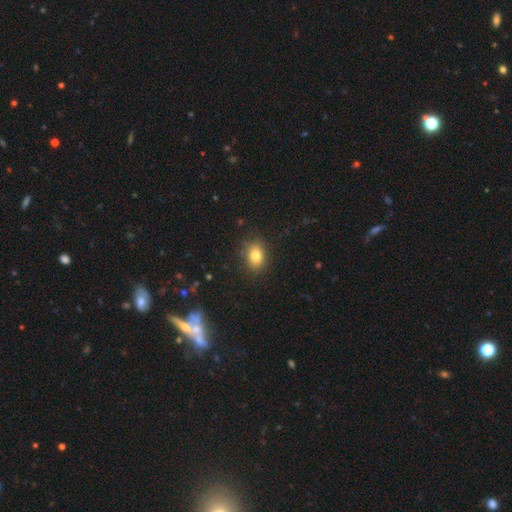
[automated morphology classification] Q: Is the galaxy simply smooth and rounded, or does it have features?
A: smooth — 81%.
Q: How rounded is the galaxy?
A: in between — 67%.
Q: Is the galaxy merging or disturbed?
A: none — 85%.